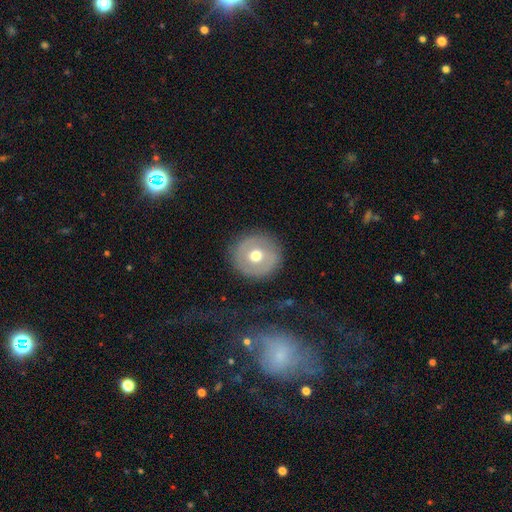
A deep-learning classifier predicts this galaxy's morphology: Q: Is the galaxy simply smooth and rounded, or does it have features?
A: smooth — 51%.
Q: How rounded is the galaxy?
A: round — 91%.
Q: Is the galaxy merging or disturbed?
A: none — 85%.